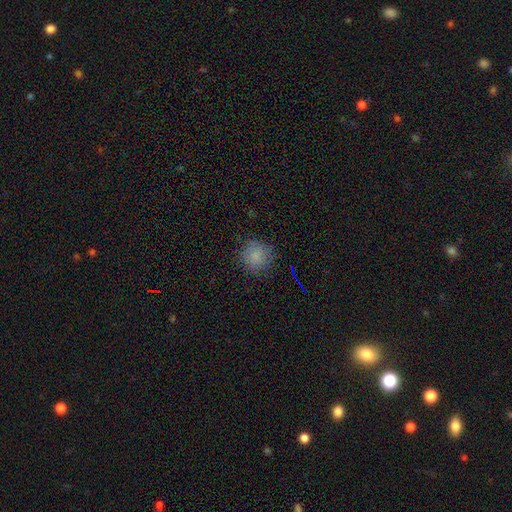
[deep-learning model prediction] A smooth galaxy with no disk features (82%) that is round (93%).

Vote fractions:
- Smooth or featured? smooth: 82% / star or artifact: 12% / featured or disk: 6%
- How rounded? round: 93% / in between: 6% / cigar-shaped: 1%
- Merging? none: 85% / minor disturbance: 11% / major disturbance: 3% / merger: 1%